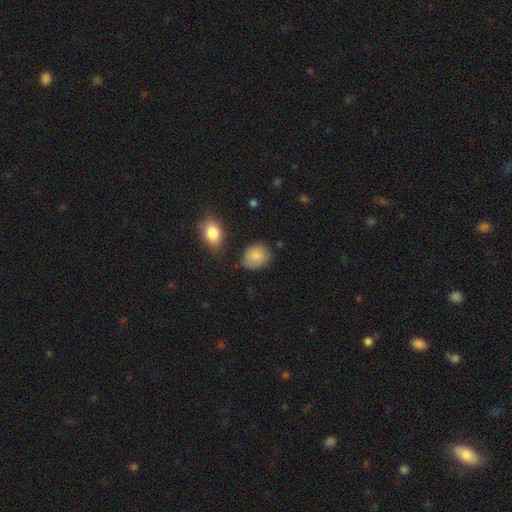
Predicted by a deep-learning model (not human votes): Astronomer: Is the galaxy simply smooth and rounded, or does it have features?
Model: smooth — 83%.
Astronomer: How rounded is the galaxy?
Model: in between — 55% (runner-up: round, 44%).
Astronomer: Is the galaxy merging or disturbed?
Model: none — 66%.